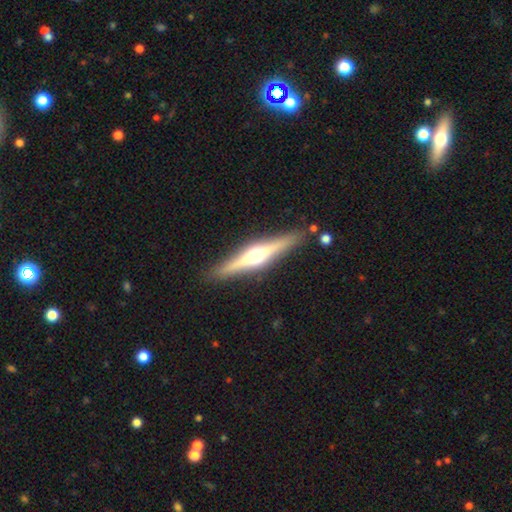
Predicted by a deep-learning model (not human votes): Overall: featured or disk (75%). Edge-on disk: yes (98%). Edge-on bulge: rounded (94%). Merging: none (90%).